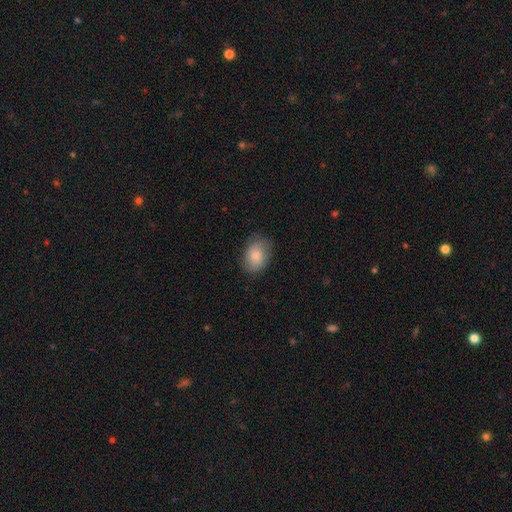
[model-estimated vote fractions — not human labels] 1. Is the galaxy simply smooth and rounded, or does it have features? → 85% smooth, 8% featured or disk, 7% star or artifact.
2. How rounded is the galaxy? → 73% in between, 26% round, 1% cigar-shaped.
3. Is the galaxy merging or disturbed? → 76% none, 18% minor disturbance, 5% major disturbance, 1% merger.